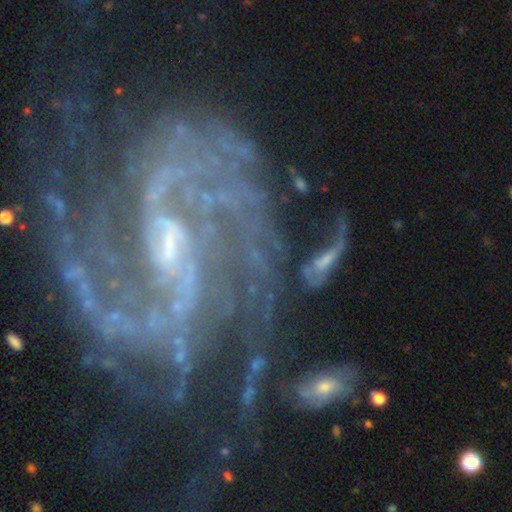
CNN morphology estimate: type=featured or disk (88%); edge-on=no (96%); bar=weak (44%); spiral arms=yes (95%); winding=medium (43%); arm count=2 (41%); bulge=small (60%); merging=none (59%).